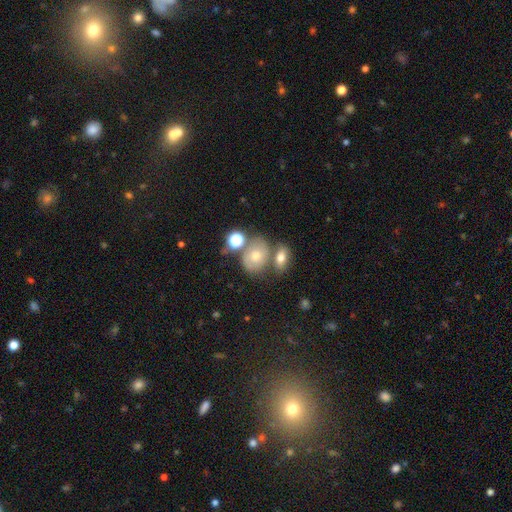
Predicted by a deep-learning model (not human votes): smooth-or-featured: smooth: 50% | featured or disk: 33% | star or artifact: 17%
  how-rounded: round: 52% | in between: 47% | cigar-shaped: 2%
  merging: none: 48% | merger: 29% | minor disturbance: 15% | major disturbance: 8%